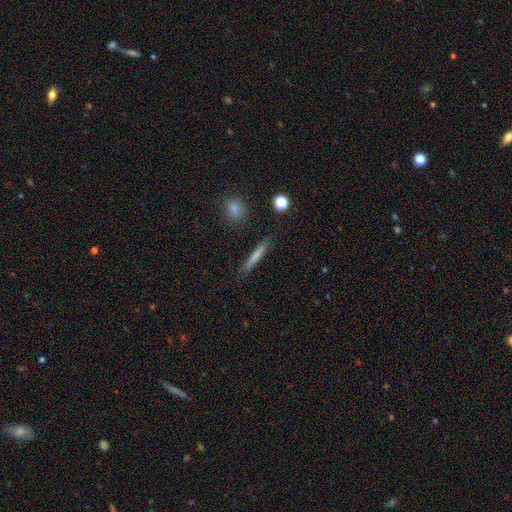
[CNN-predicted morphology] This appears to be a smooth galaxy with no disk features (72%) that is cigar-shaped (93%). Merging: none (86%).